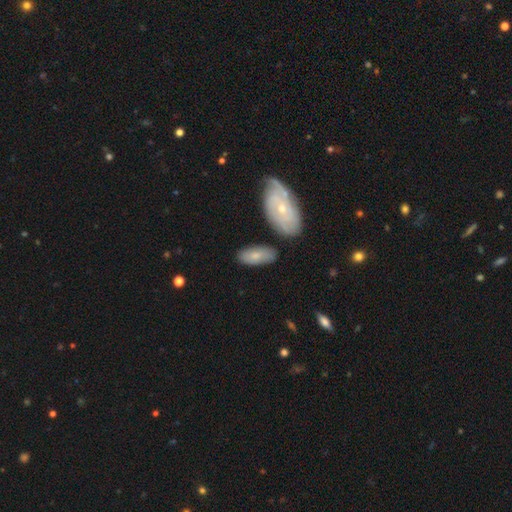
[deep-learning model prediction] A smooth galaxy with no disk features (73%) that is in between round and cigar-shaped (86%). Merging: none (73%).